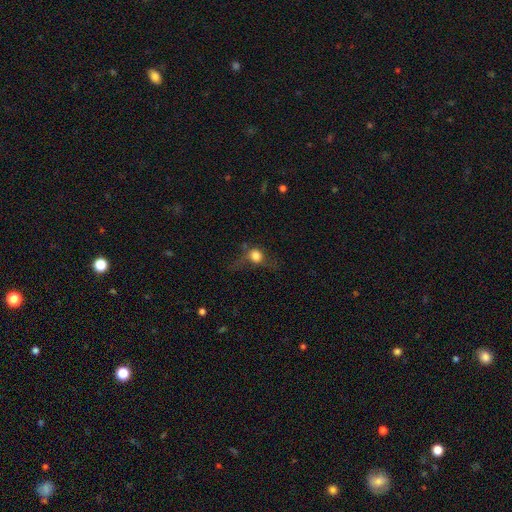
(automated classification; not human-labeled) This is likely a smooth galaxy (68%). How rounded: likely round (75%). Merging: marginally major disturbance (37%).